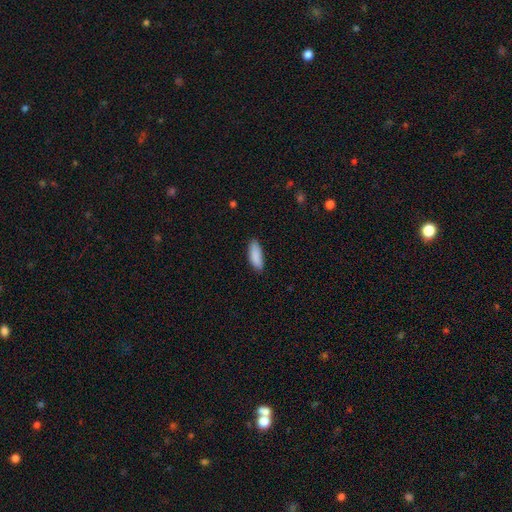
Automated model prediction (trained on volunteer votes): Overall: smooth (89%). How rounded: in between (70%). Merging: none (84%).